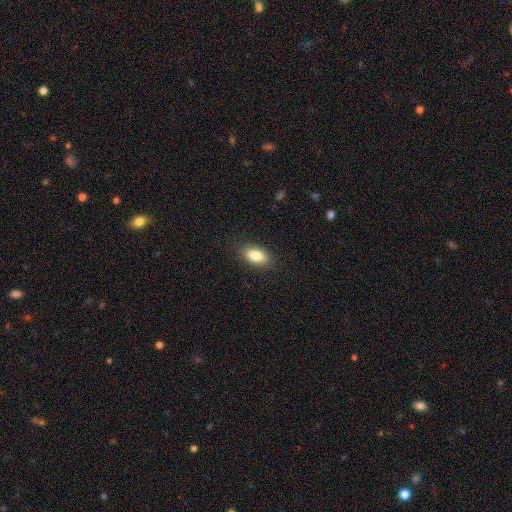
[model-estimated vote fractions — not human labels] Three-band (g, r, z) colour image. It shows a smooth galaxy with no disk features (84%) that is in between round and cigar-shaped (90%). Merging: none (88%).